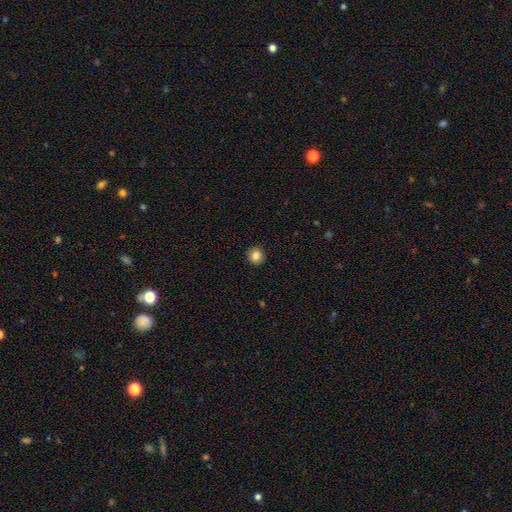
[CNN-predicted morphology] Q: Smooth or featured?
A: smooth (85%); runner-up: star or artifact (10%)
Q: How rounded?
A: round (92%); runner-up: in between (7%)
Q: Merging?
A: none (92%); runner-up: minor disturbance (5%)